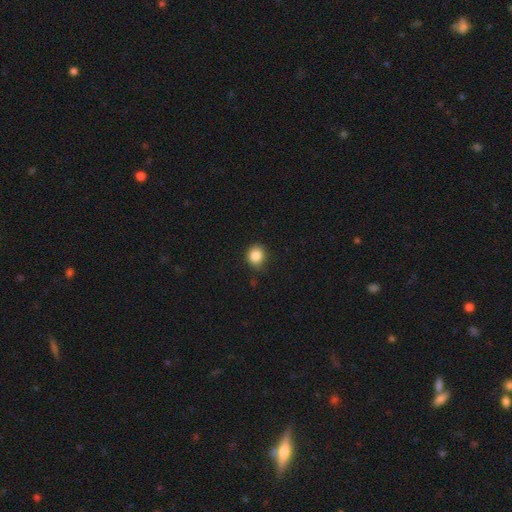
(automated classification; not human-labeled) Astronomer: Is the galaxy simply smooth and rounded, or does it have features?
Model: smooth — 86%.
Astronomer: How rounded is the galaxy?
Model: round — 77%.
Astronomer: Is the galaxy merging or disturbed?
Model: none — 81%.